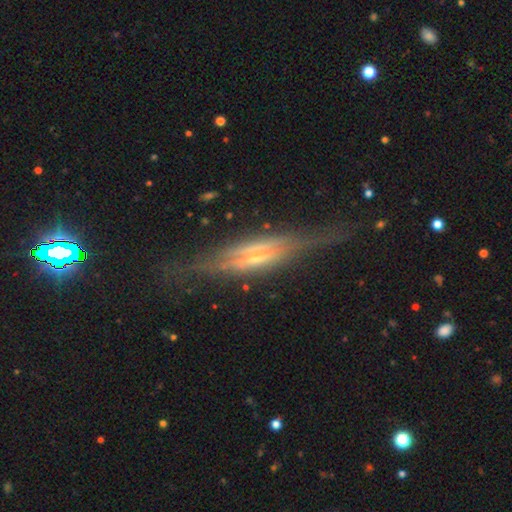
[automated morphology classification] A featured or disk galaxy (80%) viewed edge-on (93%) with a rounded central bulge (64%).

Vote fractions:
- Smooth or featured? featured or disk: 80% / smooth: 13% / star or artifact: 7%
- Edge-on disk? yes: 93% / no: 7%
- Edge-on bulge? rounded: 64% / boxy: 22% / none: 14%
- Merging? none: 70% / minor disturbance: 20% / major disturbance: 9% / merger: 2%